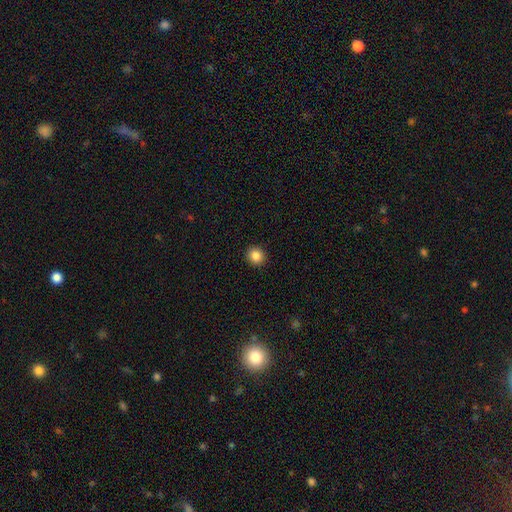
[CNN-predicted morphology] Q: Smooth or featured?
A: smooth (86%); runner-up: star or artifact (10%)
Q: How rounded?
A: round (89%); runner-up: in between (10%)
Q: Merging?
A: none (93%); runner-up: minor disturbance (5%)